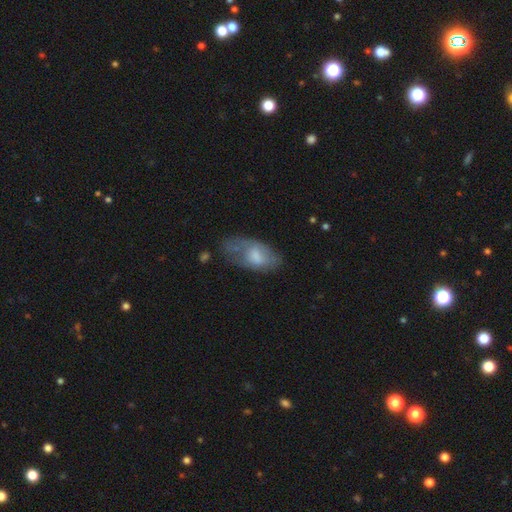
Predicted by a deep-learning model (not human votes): Morphology: type=smooth (59%); roundness=in between (92%); merging=none (45%).